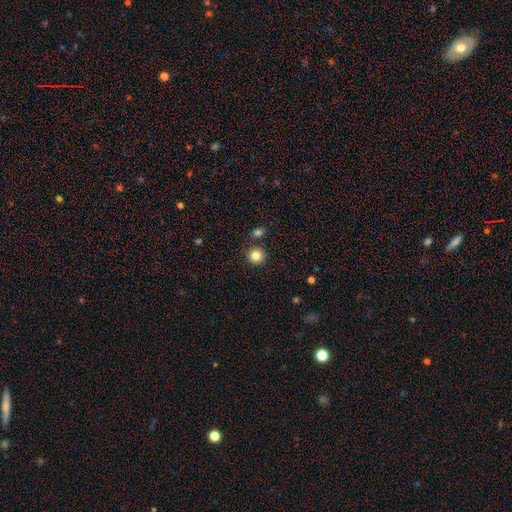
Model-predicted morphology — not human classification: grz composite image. It shows a smooth galaxy with no disk features (83%) that is round (94%). Merging: none (84%).